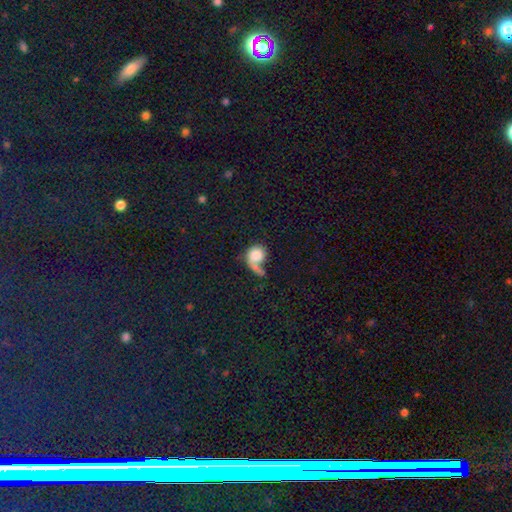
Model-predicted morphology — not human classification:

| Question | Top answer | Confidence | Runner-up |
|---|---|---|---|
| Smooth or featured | smooth | 65% | featured or disk (26%) |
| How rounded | round | 71% | in between (27%) |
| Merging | major disturbance | 33% | none (31%) |